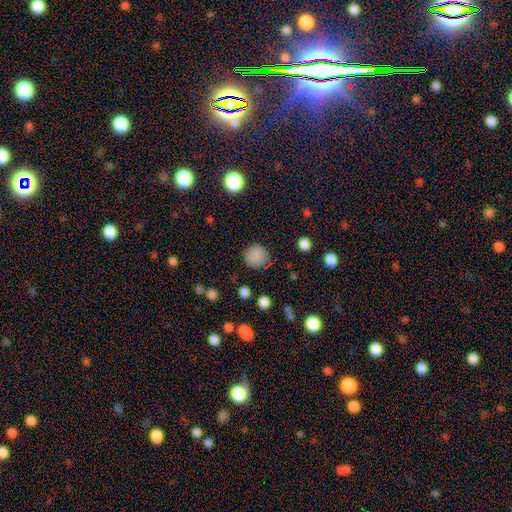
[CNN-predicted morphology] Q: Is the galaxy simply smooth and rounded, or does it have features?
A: smooth — 84%.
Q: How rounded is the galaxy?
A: round — 92%.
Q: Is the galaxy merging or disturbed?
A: none — 85%.